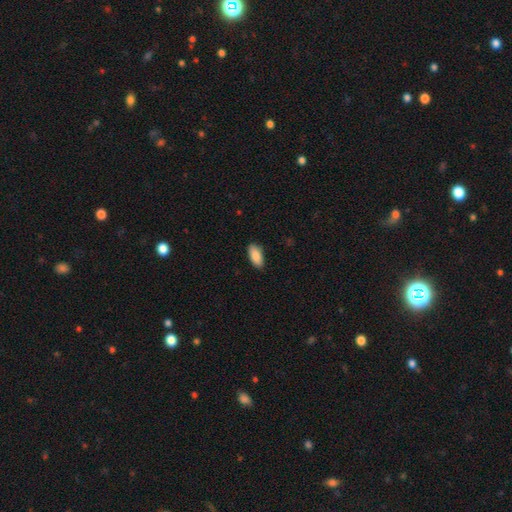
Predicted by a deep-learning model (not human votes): Smooth or featured? Predicted: smooth (p=0.89). How rounded? Predicted: in between (p=0.89). Merging? Predicted: none (p=0.88).